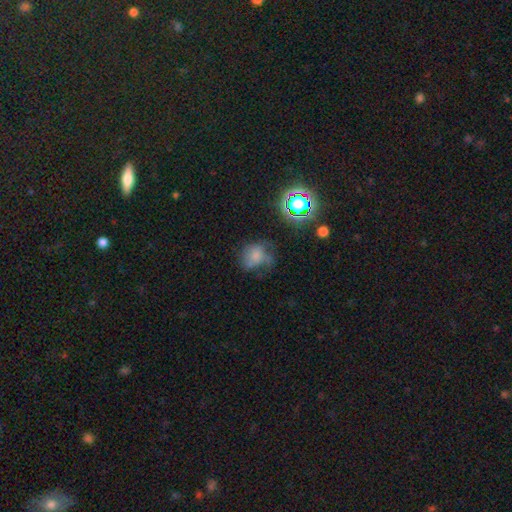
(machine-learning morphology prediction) Q: Smooth or featured?
A: smooth (60%); runner-up: featured or disk (20%)
Q: How rounded?
A: round (55%); runner-up: in between (44%)
Q: Merging?
A: none (36%); runner-up: major disturbance (30%)